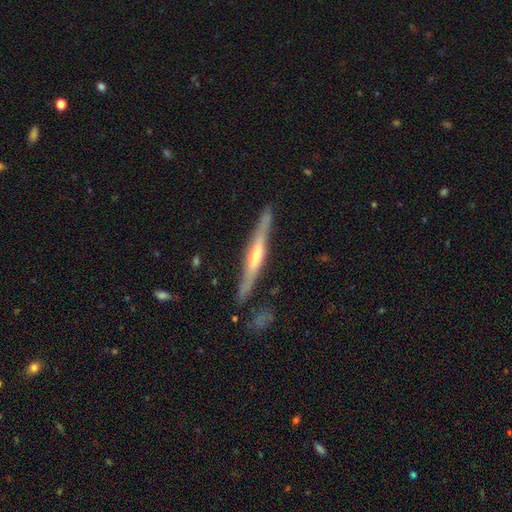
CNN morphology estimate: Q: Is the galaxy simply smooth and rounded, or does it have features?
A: featured or disk — 74%.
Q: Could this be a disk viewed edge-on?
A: yes — 96%.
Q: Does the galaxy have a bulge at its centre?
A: rounded — 65%.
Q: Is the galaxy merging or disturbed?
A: none — 83%.